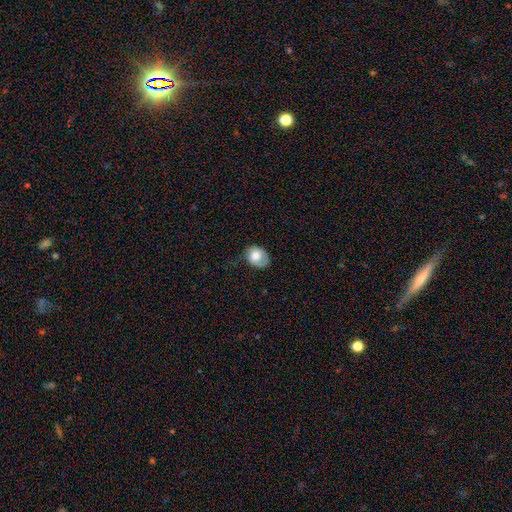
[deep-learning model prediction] smooth-or-featured: smooth: 73% | featured or disk: 19% | star or artifact: 8%
  how-rounded: round: 54% | in between: 45% | cigar-shaped: 1%
  merging: none: 46% | minor disturbance: 35% | major disturbance: 17% | merger: 2%